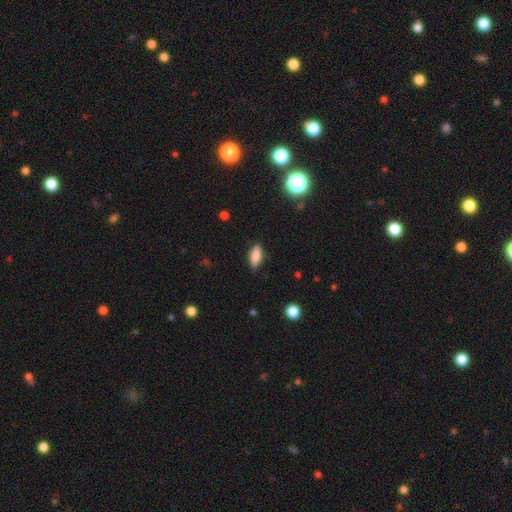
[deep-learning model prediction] Smooth or featured?
  - smooth: 82% *
  - featured or disk: 11%
  - star or artifact: 7%
How rounded?
  - in between: 78% *
  - cigar-shaped: 20%
  - round: 3%
Merging?
  - none: 86% *
  - minor disturbance: 11%
  - major disturbance: 2%
  - merger: 1%